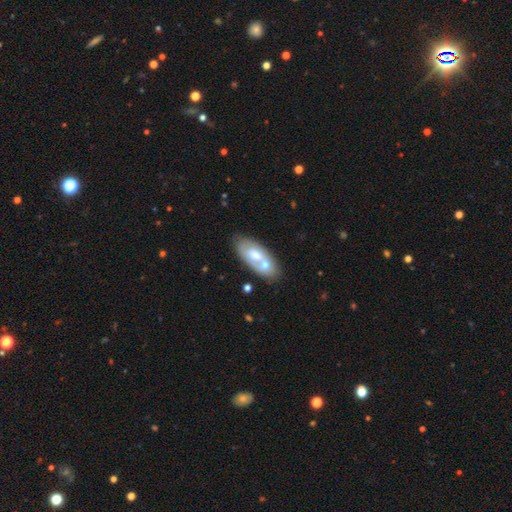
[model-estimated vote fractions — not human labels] smooth-or-featured: smooth: 54% | featured or disk: 40% | star or artifact: 6%
  how-rounded: in between: 86% | cigar-shaped: 11% | round: 3%
  merging: none: 44% | merger: 36% | minor disturbance: 15% | major disturbance: 6%